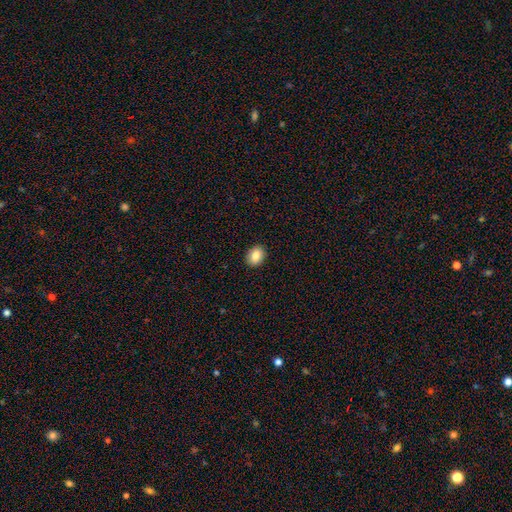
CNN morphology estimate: This appears to be a smooth galaxy with no disk features (85%) that is in between round and cigar-shaped (63%). Merging: none (91%).